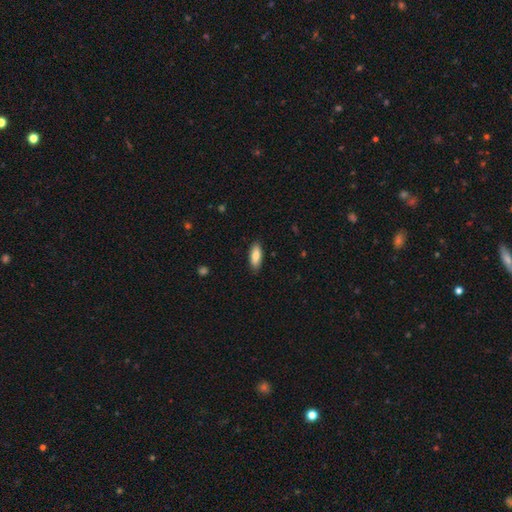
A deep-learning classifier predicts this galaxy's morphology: Smooth or featured?
  - smooth: 84% *
  - featured or disk: 10%
  - star or artifact: 6%
How rounded?
  - in between: 72% *
  - cigar-shaped: 26%
  - round: 2%
Merging?
  - none: 88% *
  - minor disturbance: 10%
  - major disturbance: 2%
  - merger: 1%